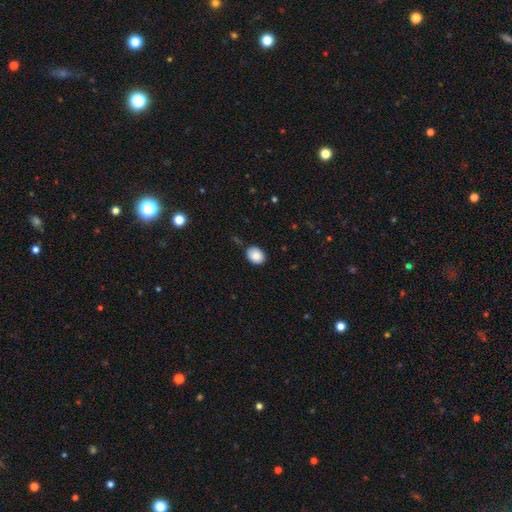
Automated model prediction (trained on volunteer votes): This is clearly a smooth galaxy (86%). How rounded: possibly in between (59%). Merging: clearly none (83%).